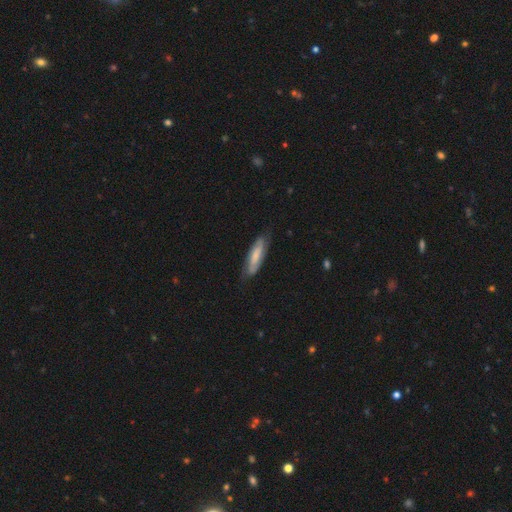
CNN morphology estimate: Smooth or featured?
  - smooth: 48% *
  - featured or disk: 46%
  - star or artifact: 6%
Merging?
  - none: 71% *
  - minor disturbance: 21%
  - major disturbance: 6%
  - merger: 1%